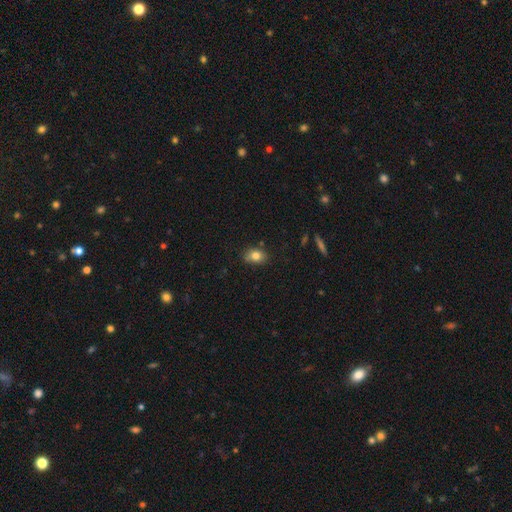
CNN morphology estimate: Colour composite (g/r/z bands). It shows a smooth galaxy with no disk features (80%) that is in between round and cigar-shaped (73%). Merging: none (72%).